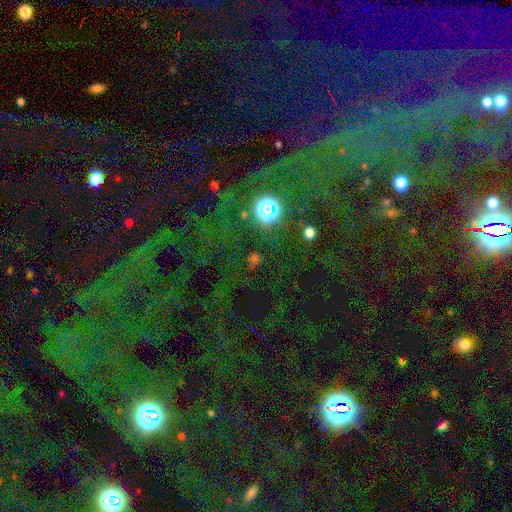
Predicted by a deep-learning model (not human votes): Morphology: type=star or artifact (75%).